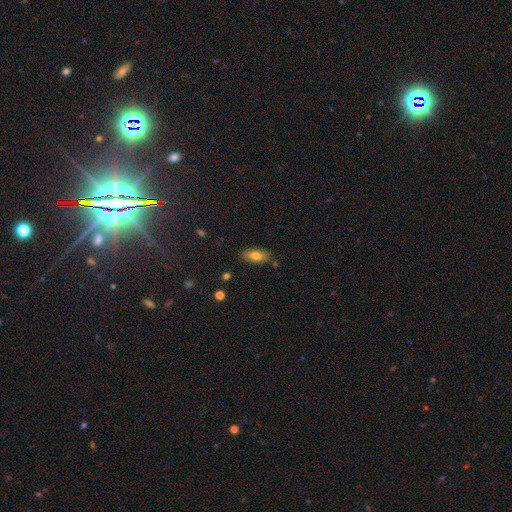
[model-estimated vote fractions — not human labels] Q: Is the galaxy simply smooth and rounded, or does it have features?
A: smooth — 77%.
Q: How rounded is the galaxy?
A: in between — 83%.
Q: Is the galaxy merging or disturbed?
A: none — 82%.